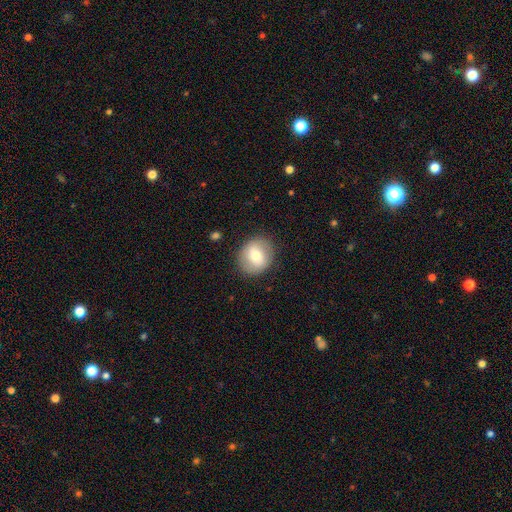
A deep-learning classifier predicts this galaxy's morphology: smooth 65%, featured or disk 27%, star or artifact 8%. Down the decision tree: how rounded — round (76%); merging — none (86%).